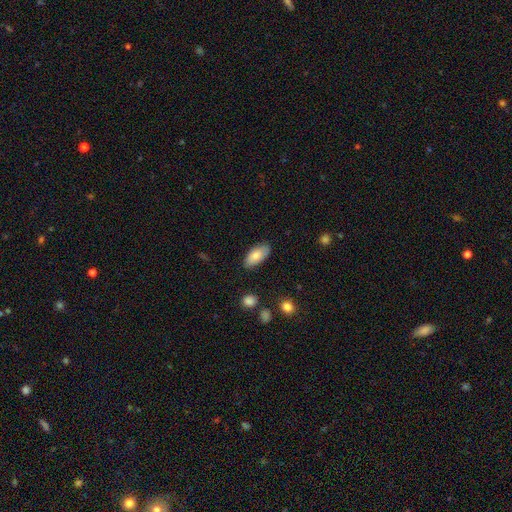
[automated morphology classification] This is likely a smooth galaxy (79%). How rounded: clearly in between (91%). Merging: likely none (80%).